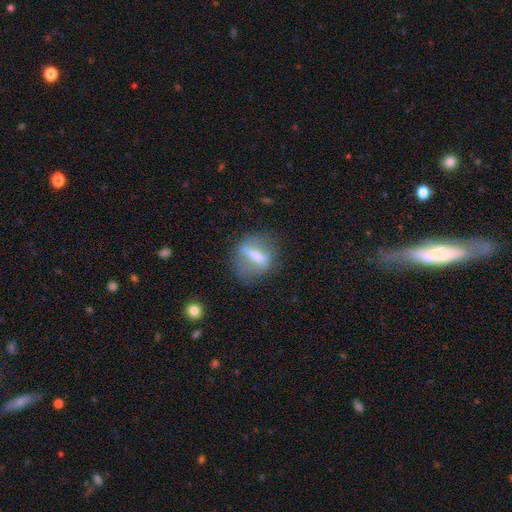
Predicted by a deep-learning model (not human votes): This appears to be a featured or disk galaxy (48%). Merging: none (66%).